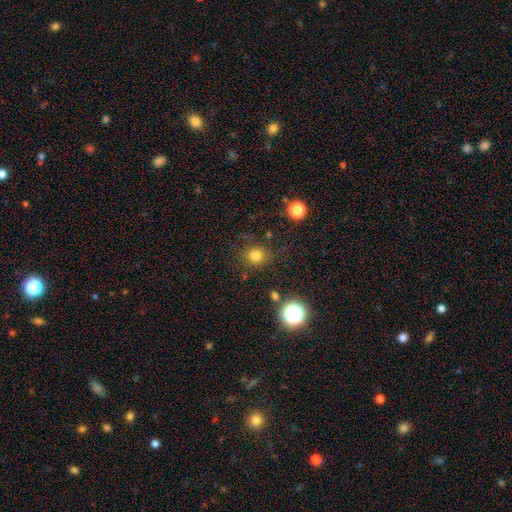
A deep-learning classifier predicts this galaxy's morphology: Smooth or featured: smooth — 78% (star or artifact — 16%)
How rounded: round — 80% (in between — 19%)
Merging: none — 81% (minor disturbance — 12%)